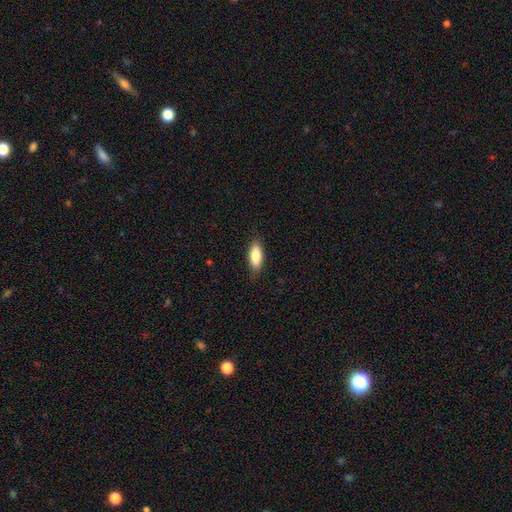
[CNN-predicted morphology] This is clearly a smooth galaxy (85%). How rounded: likely in between (77%). Merging: clearly none (85%).